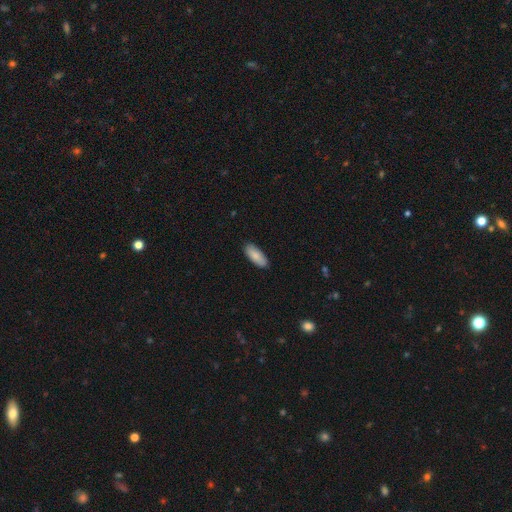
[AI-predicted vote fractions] This appears to be a smooth galaxy with no disk features (86%) that is in between round and cigar-shaped (81%). Merging: none (87%).